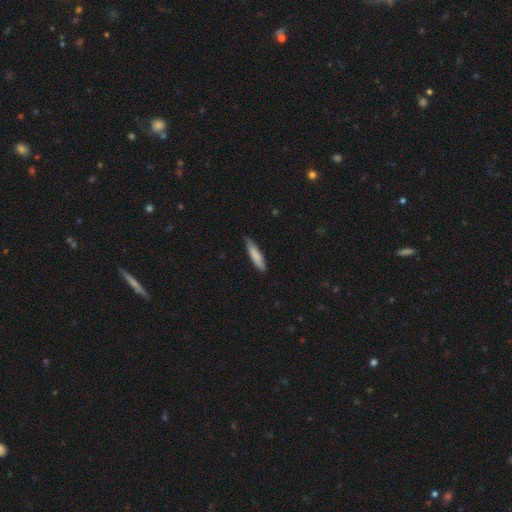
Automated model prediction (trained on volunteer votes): The model was most divided on "merging": none: 76%, minor disturbance: 20%, major disturbance: 2%, merger: 1%. More confident: how rounded — cigar-shaped (81%); smooth or featured — smooth (79%).